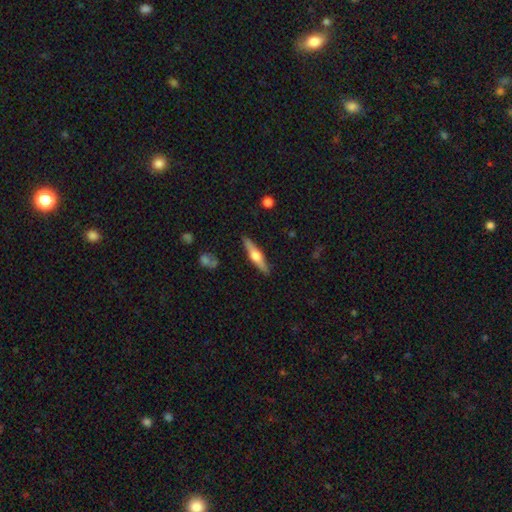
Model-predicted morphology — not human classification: type=featured or disk (61%); edge-on=yes (96%); edge-on bulge=rounded (92%); merging=none (88%).